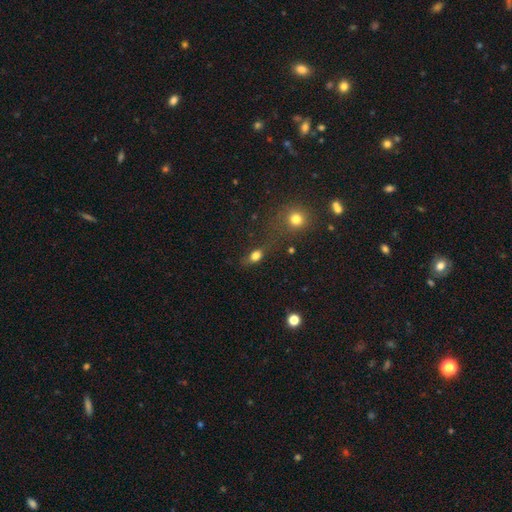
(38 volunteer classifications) Smooth or featured: smooth — 87% (star or artifact — 8%)
How rounded: in between — 70% (round — 30%)
Merging: none — 37% (minor disturbance — 29%)